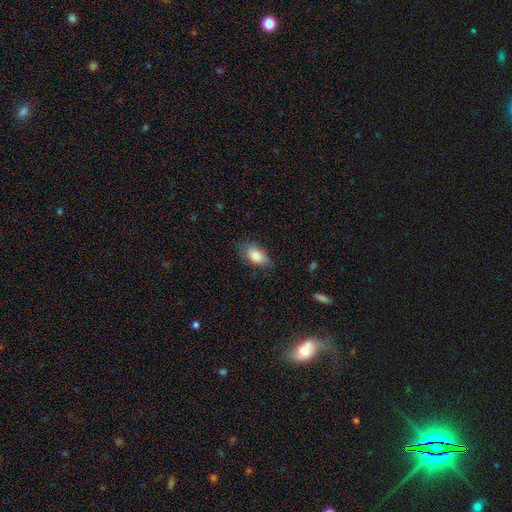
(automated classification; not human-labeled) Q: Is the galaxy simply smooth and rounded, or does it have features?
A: smooth — 83%.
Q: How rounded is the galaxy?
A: in between — 92%.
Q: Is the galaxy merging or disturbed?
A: none — 67%.